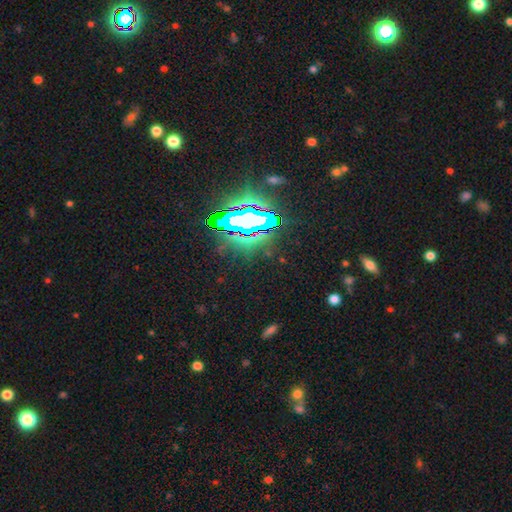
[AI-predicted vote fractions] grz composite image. It shows a star or artifact, not a galaxy (77%).